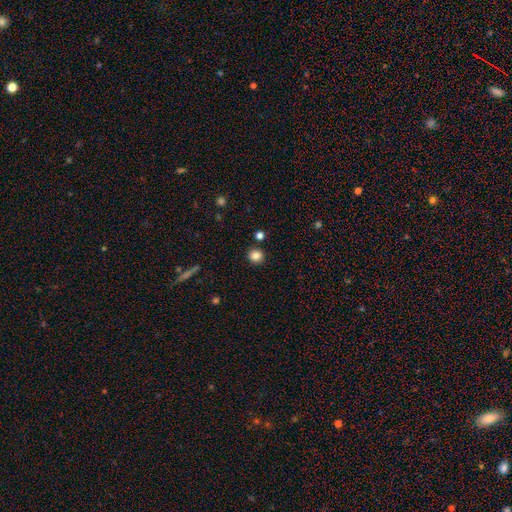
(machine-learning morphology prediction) The model was most divided on "smooth or featured": smooth: 85%, star or artifact: 11%, featured or disk: 5%. More confident: how rounded — round (91%); merging — none (90%).